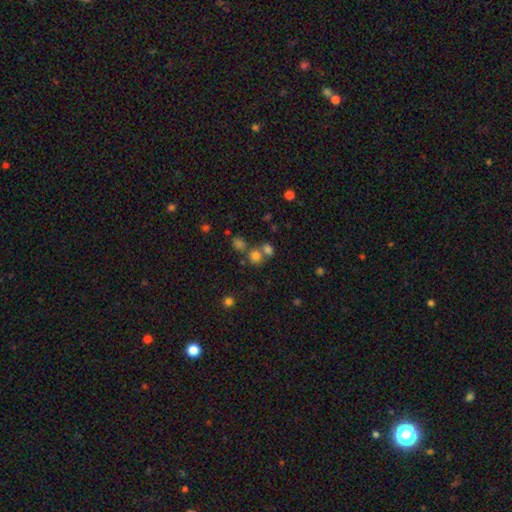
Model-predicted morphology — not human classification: Overall: smooth (73%). How rounded: round (81%). Merging: none (56%; merger 32%).